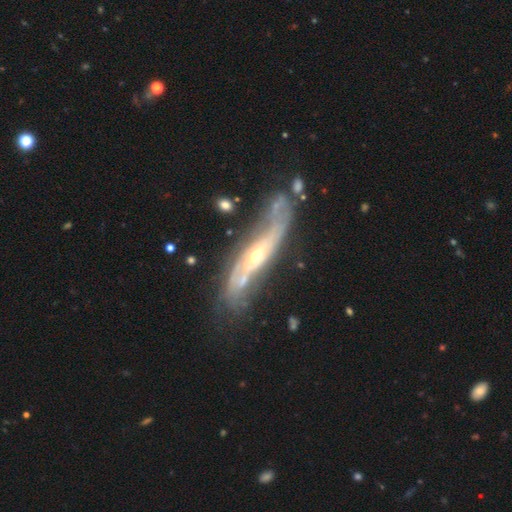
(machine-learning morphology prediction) The model was most divided on "edge-on disk": no: 61%, yes: 39%. More confident: smooth or featured — featured or disk (80%); merging — none (56%).